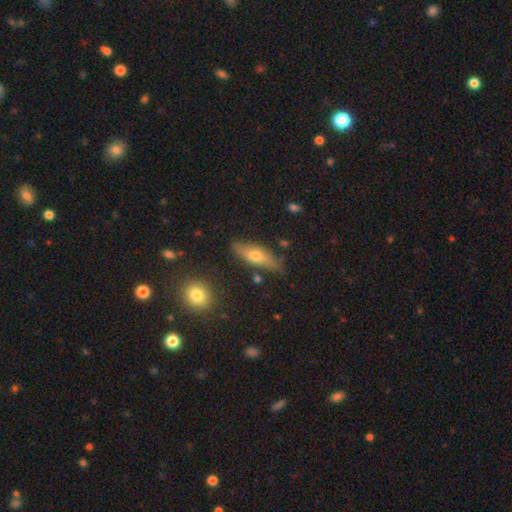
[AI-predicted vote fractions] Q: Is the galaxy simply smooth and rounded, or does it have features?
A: featured or disk — 47%.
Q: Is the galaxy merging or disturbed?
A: none — 79%.